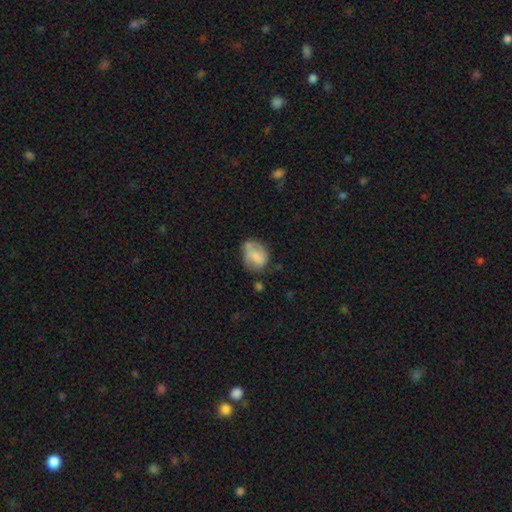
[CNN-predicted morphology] Smooth or featured? smooth (65%)
How rounded? in between (57%)
Merging? none (42%)